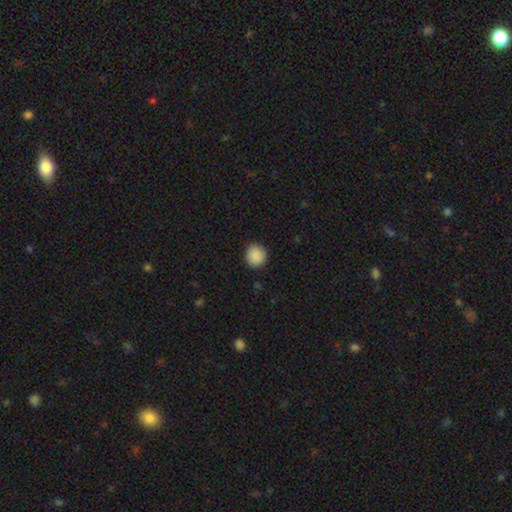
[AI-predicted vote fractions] This is clearly a smooth galaxy (90%). How rounded: clearly round (91%). Merging: clearly none (89%).